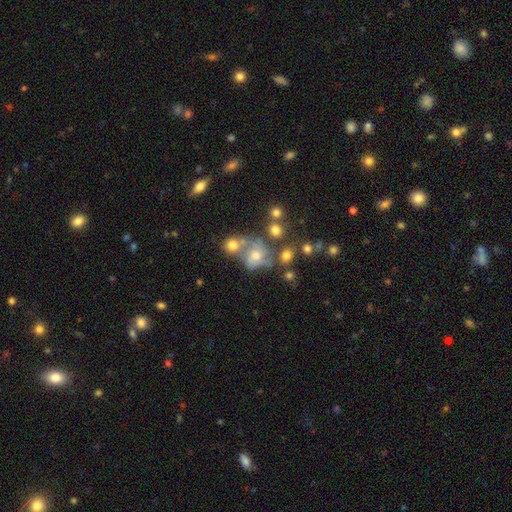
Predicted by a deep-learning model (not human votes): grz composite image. It shows a smooth galaxy with no disk features (44%). Merging: merger (35%).